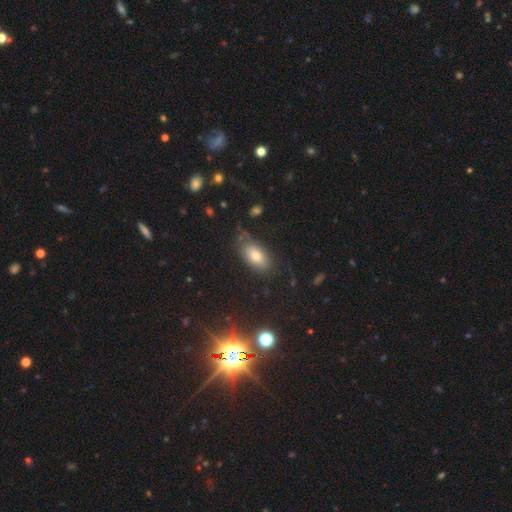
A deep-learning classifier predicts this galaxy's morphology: The model was most divided on "merging": none: 66%, minor disturbance: 22%, major disturbance: 9%, merger: 3%. More confident: how rounded — in between (88%); smooth or featured — smooth (66%).